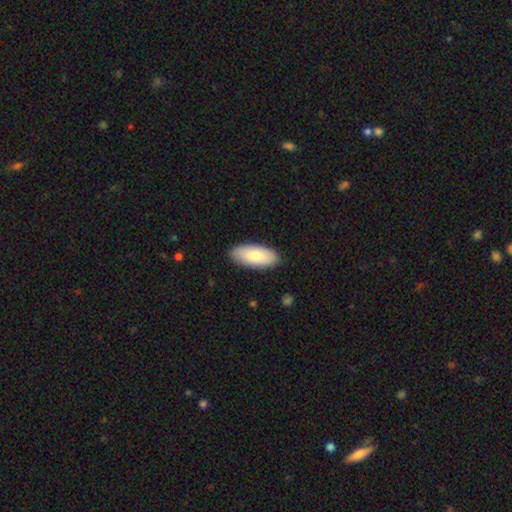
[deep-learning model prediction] smooth-or-featured: smooth: 81% | featured or disk: 14% | star or artifact: 5%
  how-rounded: in between: 86% | cigar-shaped: 12% | round: 2%
  merging: none: 88% | minor disturbance: 9% | major disturbance: 2% | merger: 1%